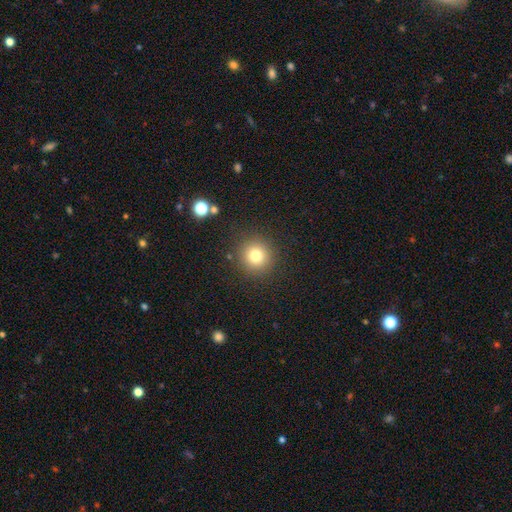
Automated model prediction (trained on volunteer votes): smooth-or-featured: smooth: 78% | star or artifact: 14% | featured or disk: 8%
  how-rounded: round: 94% | in between: 5% | cigar-shaped: 1%
  merging: none: 89% | minor disturbance: 6% | major disturbance: 3% | merger: 2%